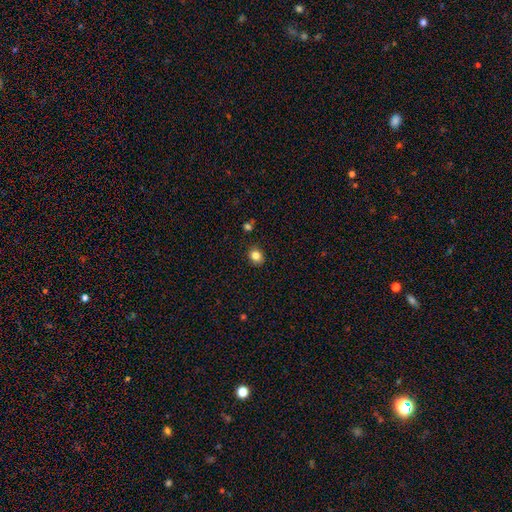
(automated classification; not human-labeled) smooth_or_featured: smooth (p=0.83) [alt: star or artifact p=0.11]
how_rounded: round (p=0.70) [alt: in between p=0.29]
merging: none (p=0.88) [alt: minor disturbance p=0.08]